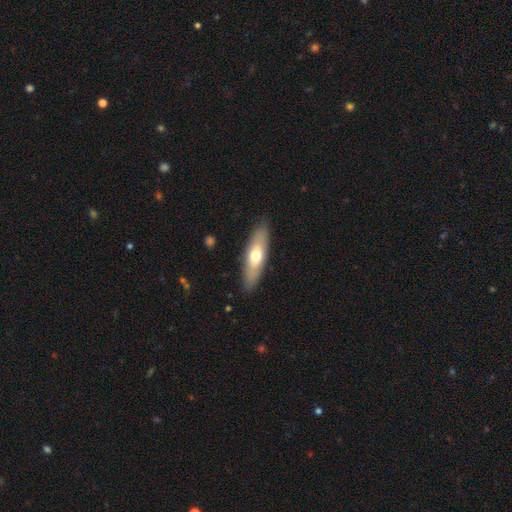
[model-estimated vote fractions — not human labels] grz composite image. It shows a smooth galaxy with no disk features (57%) that is cigar-shaped (53%). Merging: none (87%).